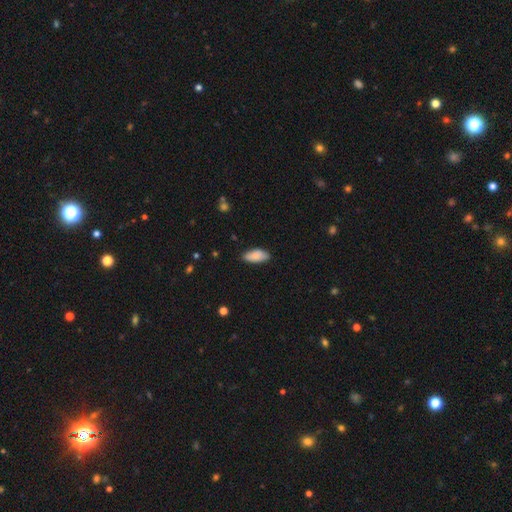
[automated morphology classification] smooth 84%, featured or disk 9%, star or artifact 6%. Down the decision tree: how rounded — in between (88%); merging — none (81%).